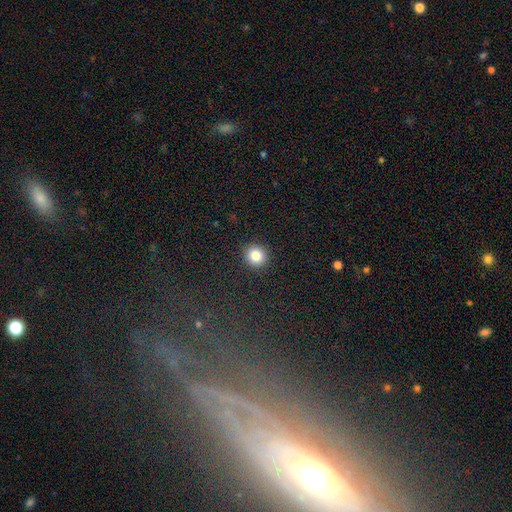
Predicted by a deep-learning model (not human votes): Smooth or featured: smooth — 83% (star or artifact — 11%)
How rounded: round — 89% (in between — 10%)
Merging: none — 92% (minor disturbance — 5%)